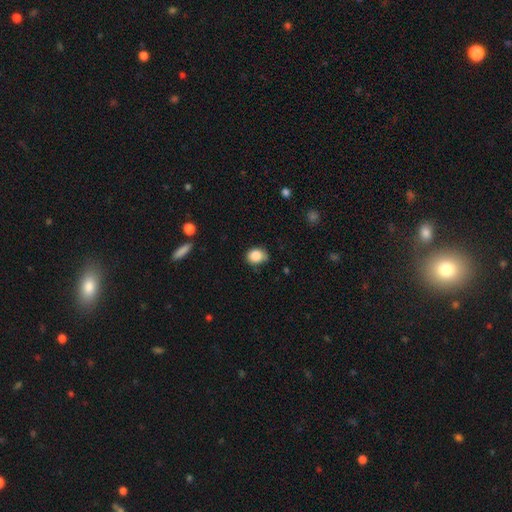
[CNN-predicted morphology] Smooth or featured? smooth (86%)
How rounded? round (53%)
Merging? none (67%)